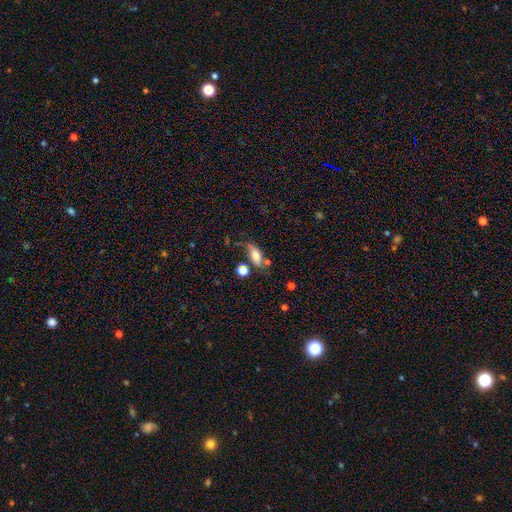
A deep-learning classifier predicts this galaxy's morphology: A smooth galaxy with no disk features (69%) that is in between round and cigar-shaped (79%).

Vote fractions:
- Smooth or featured? smooth: 69% / featured or disk: 21% / star or artifact: 10%
- How rounded? in between: 79% / cigar-shaped: 16% / round: 5%
- Merging? none: 47% / minor disturbance: 24% / major disturbance: 15% / merger: 14%